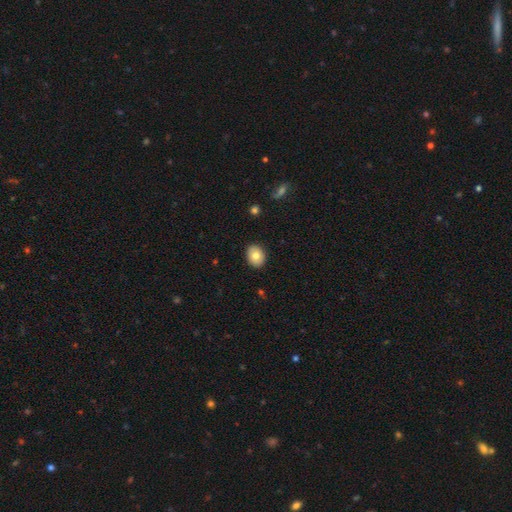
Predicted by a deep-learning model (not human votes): Smooth or featured? Predicted: smooth (p=0.79). How rounded? Predicted: in between (p=0.56). Merging? Predicted: none (p=0.90).